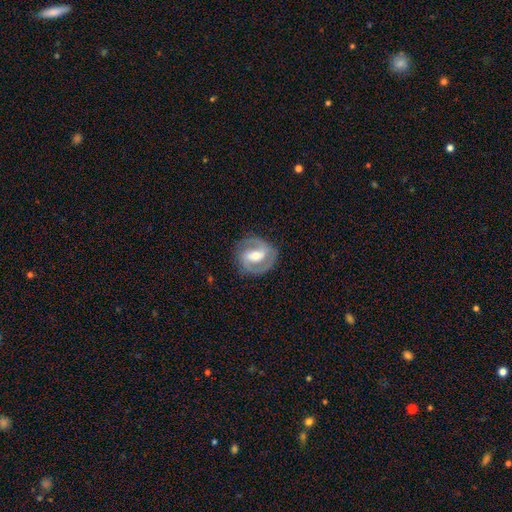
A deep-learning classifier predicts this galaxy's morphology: A featured or disk galaxy (82%) with a strong bar (43%), 2 (88%) medium (48%) spiral arms (90%) and a moderate central bulge (65%).

Vote fractions:
- Smooth or featured? featured or disk: 82% / smooth: 13% / star or artifact: 5%
- Edge-on disk? no: 97% / yes: 3%
- Bar? strong: 43% / weak: 40% / no: 17%
- Spiral arms? yes: 90% / no: 10%
- Spiral winding? medium: 48% / tight: 40% / loose: 13%
- Spiral arm count? 2: 88% / can't tell: 5% / 1: 3% / 3: 2% / 4: 1% / more than 4: 1%
- Bulge size? moderate: 65% / small: 26% / large: 7% / none: 1% / dominant: 1%
- Merging? none: 83% / minor disturbance: 11% / major disturbance: 4% / merger: 1%